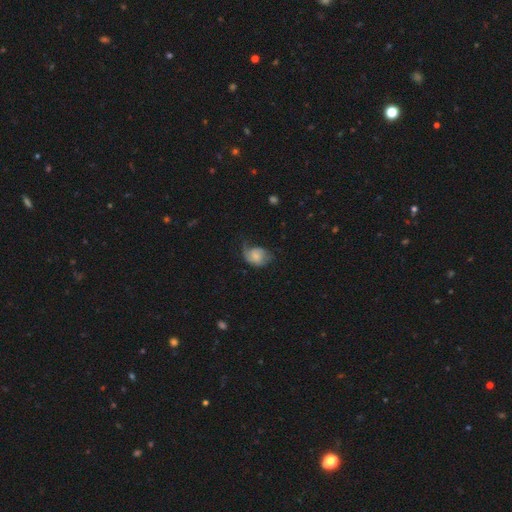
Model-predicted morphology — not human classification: Overall: smooth (53%; featured or disk 39%). How rounded: in between (62%; round 37%). Merging: none (35%; minor disturbance 34%).